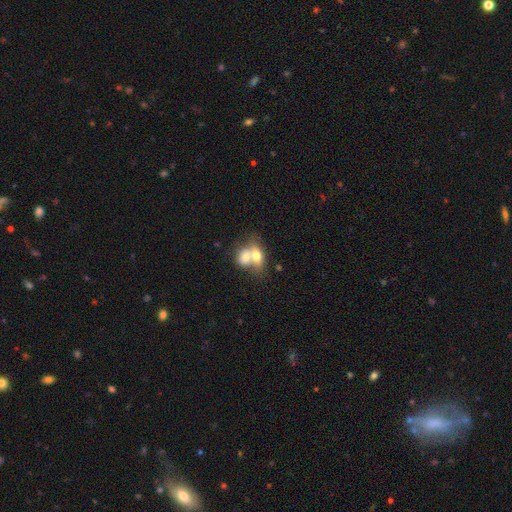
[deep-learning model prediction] The model was most divided on "how rounded": in between: 64%, round: 34%, cigar-shaped: 2%. More confident: merging — merger (78%); smooth or featured — smooth (67%).